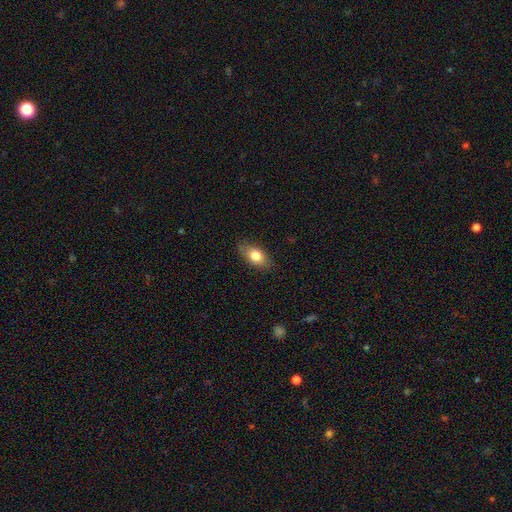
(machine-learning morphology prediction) Overall: smooth (79%). How rounded: in between (87%). Merging: none (84%).